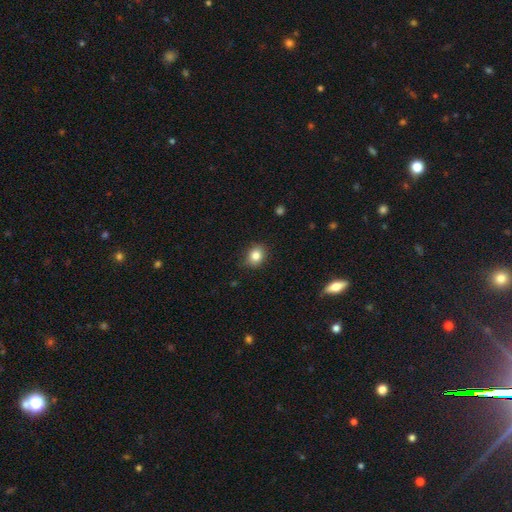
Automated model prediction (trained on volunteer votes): Smooth or featured? Predicted: smooth (p=0.83). How rounded? Predicted: round (p=0.59). Merging? Predicted: none (p=0.84).